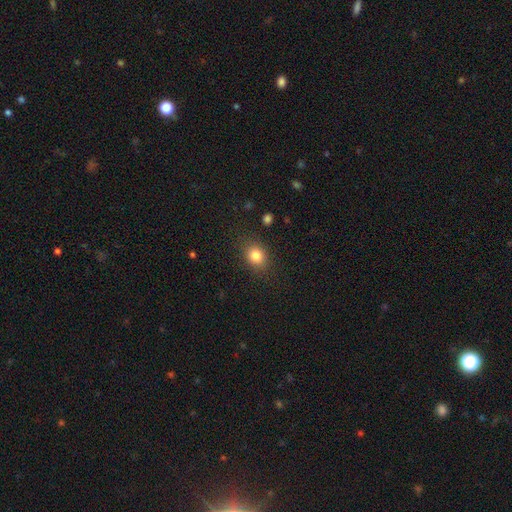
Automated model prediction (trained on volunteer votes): A smooth galaxy with no disk features (82%) that is round (58%).

Vote fractions:
- Smooth or featured? smooth: 82% / star or artifact: 11% / featured or disk: 7%
- How rounded? round: 58% / in between: 41% / cigar-shaped: 1%
- Merging? none: 84% / minor disturbance: 11% / major disturbance: 3% / merger: 1%